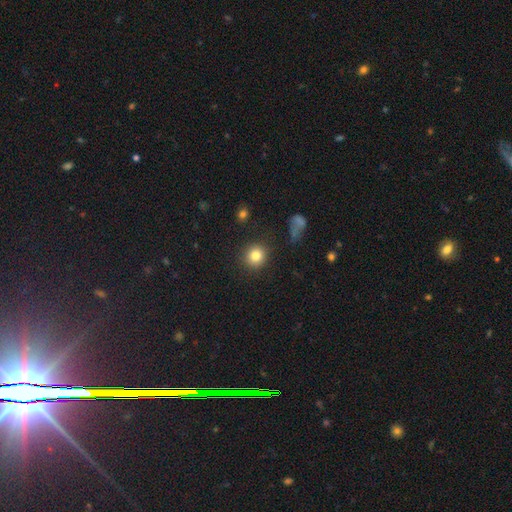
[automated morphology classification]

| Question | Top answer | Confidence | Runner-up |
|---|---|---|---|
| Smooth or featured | smooth | 83% | star or artifact (11%) |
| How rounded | round | 89% | in between (10%) |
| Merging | none | 88% | minor disturbance (7%) |